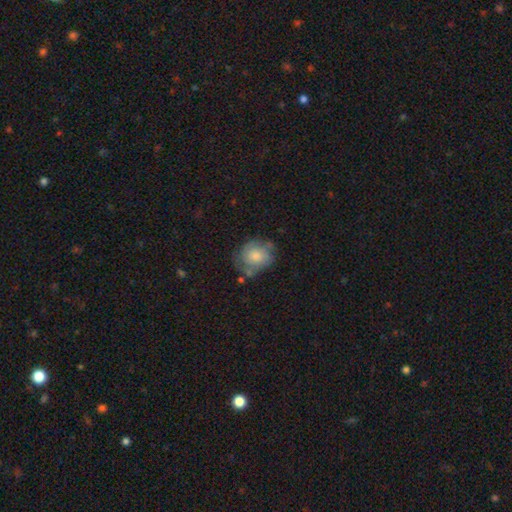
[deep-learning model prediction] This appears to be a smooth galaxy with no disk features (47%). Merging: none (52%).